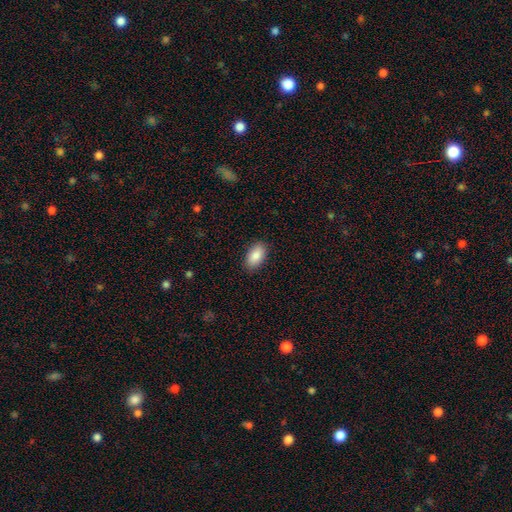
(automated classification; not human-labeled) smooth 88%, star or artifact 7%, featured or disk 6%. Down the decision tree: how rounded — in between (94%); merging — none (89%).